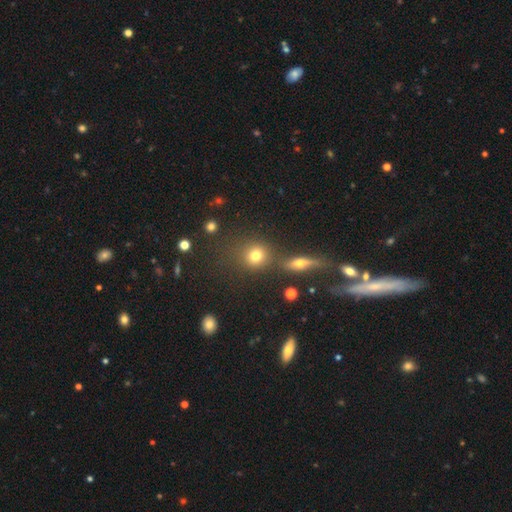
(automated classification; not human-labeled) Smooth or featured: smooth — 75% (star or artifact — 14%)
How rounded: round — 84% (in between — 13%)
Merging: none — 71% (merger — 15%)